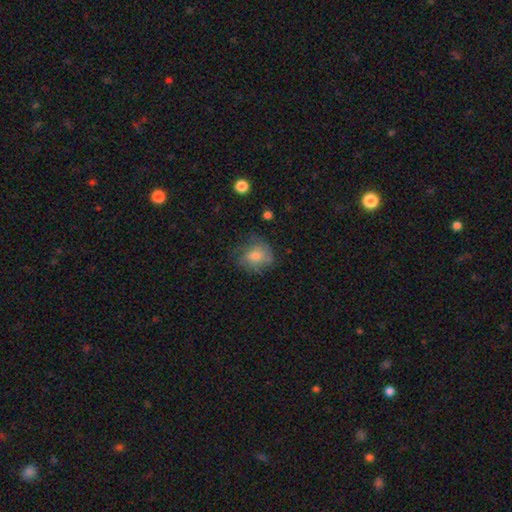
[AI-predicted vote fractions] Smooth or featured?
  - smooth: 60% *
  - featured or disk: 30%
  - star or artifact: 10%
How rounded?
  - round: 70% *
  - in between: 29%
  - cigar-shaped: 1%
Merging?
  - none: 61% *
  - minor disturbance: 25%
  - major disturbance: 12%
  - merger: 2%